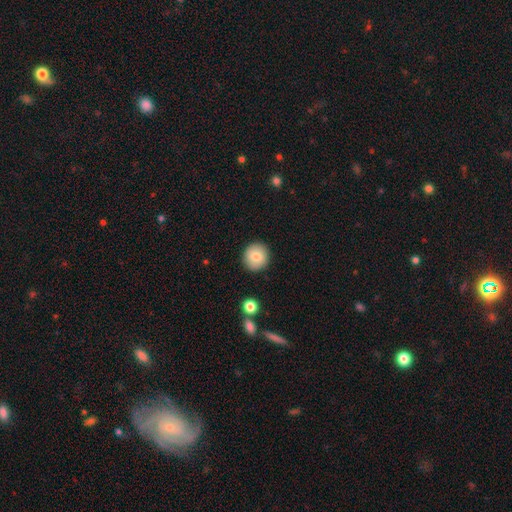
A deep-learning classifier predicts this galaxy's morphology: This appears to be a smooth galaxy with no disk features (81%) that is round (91%). Merging: none (90%).